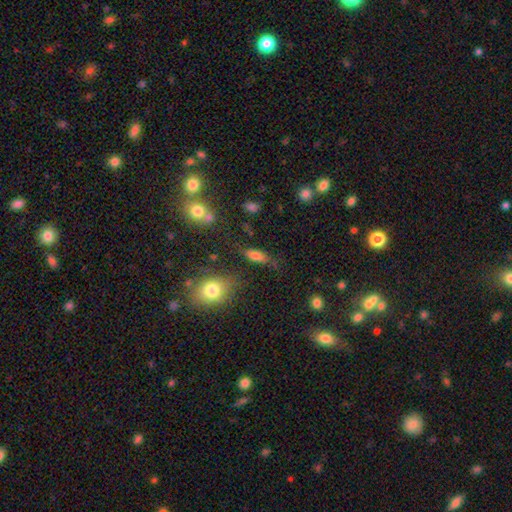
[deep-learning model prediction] This appears to be a smooth galaxy with no disk features (70%) that is in between round and cigar-shaped (67%). Merging: none (71%).